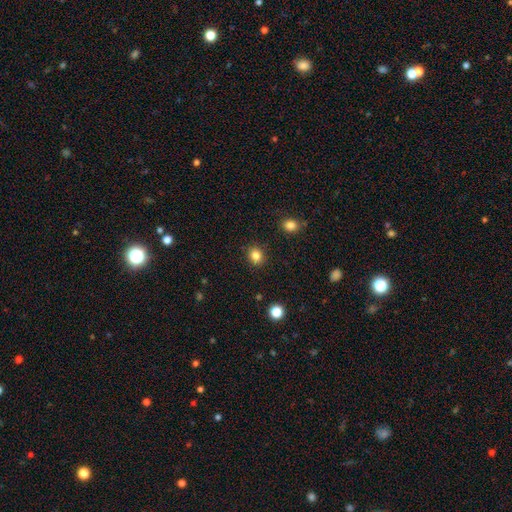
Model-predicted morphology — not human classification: A smooth galaxy with no disk features (84%) that is round (77%).

Vote fractions:
- Smooth or featured? smooth: 84% / star or artifact: 11% / featured or disk: 5%
- How rounded? round: 77% / in between: 22% / cigar-shaped: 1%
- Merging? none: 90% / minor disturbance: 7% / major disturbance: 2% / merger: 1%